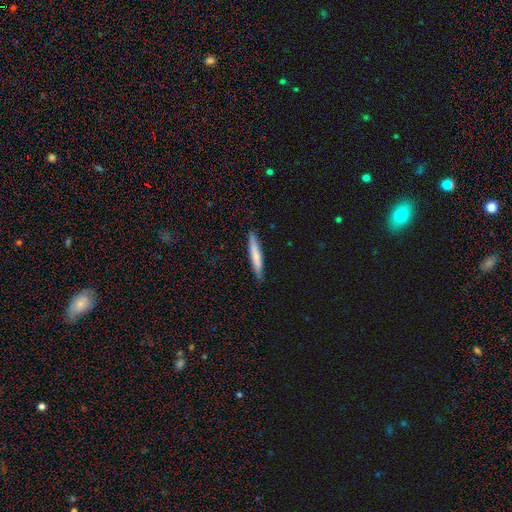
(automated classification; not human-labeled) A smooth galaxy with no disk features (70%) that is cigar-shaped (94%).

Vote fractions:
- Smooth or featured? smooth: 70% / featured or disk: 25% / star or artifact: 6%
- How rounded? cigar-shaped: 94% / in between: 5% / round: 1%
- Merging? none: 88% / minor disturbance: 10% / major disturbance: 2% / merger: 1%